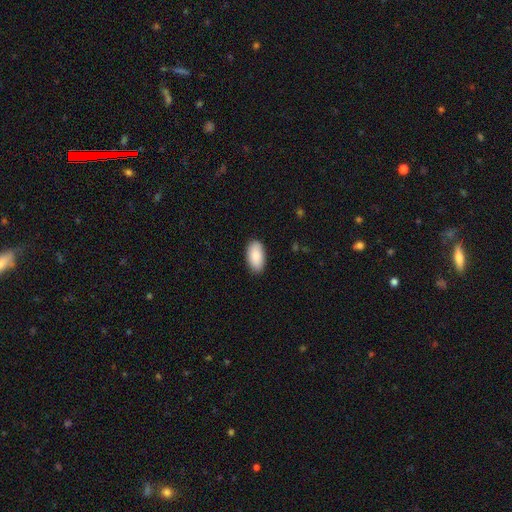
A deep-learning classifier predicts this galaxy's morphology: This is clearly a smooth galaxy (88%). How rounded: clearly in between (95%). Merging: clearly none (88%).